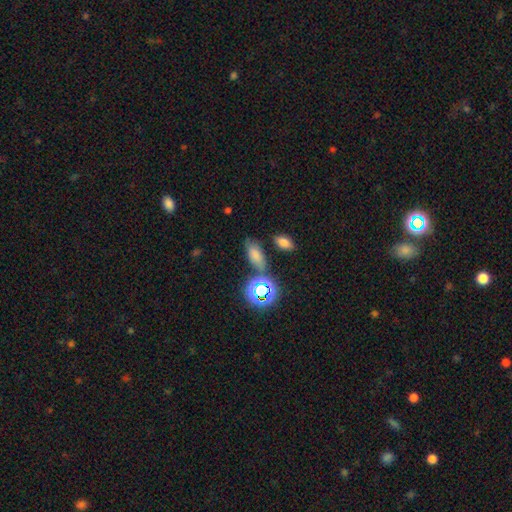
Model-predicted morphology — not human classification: Q: Smooth or featured?
A: smooth (68%); runner-up: star or artifact (23%)
Q: How rounded?
A: in between (86%); runner-up: round (7%)
Q: Merging?
A: none (69%); runner-up: minor disturbance (16%)